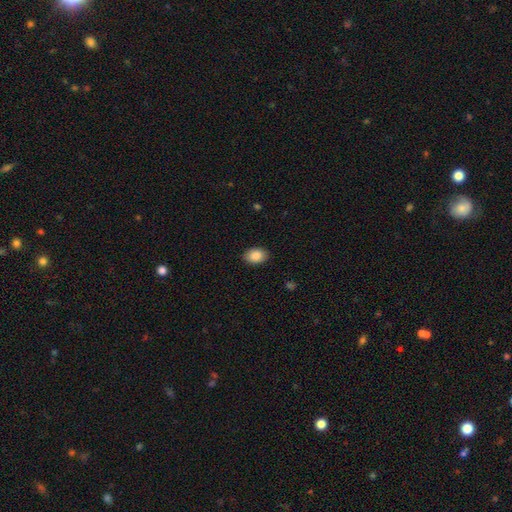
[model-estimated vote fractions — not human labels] This appears to be a smooth galaxy with no disk features (87%) that is in between round and cigar-shaped (81%). Merging: none (88%).